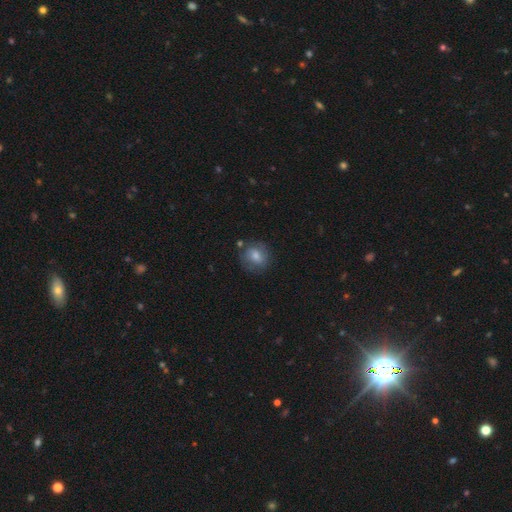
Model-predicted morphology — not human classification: smooth-or-featured: smooth: 69% | featured or disk: 22% | star or artifact: 9%
  how-rounded: round: 70% | in between: 28% | cigar-shaped: 1%
  merging: none: 72% | minor disturbance: 17% | major disturbance: 6% | merger: 4%